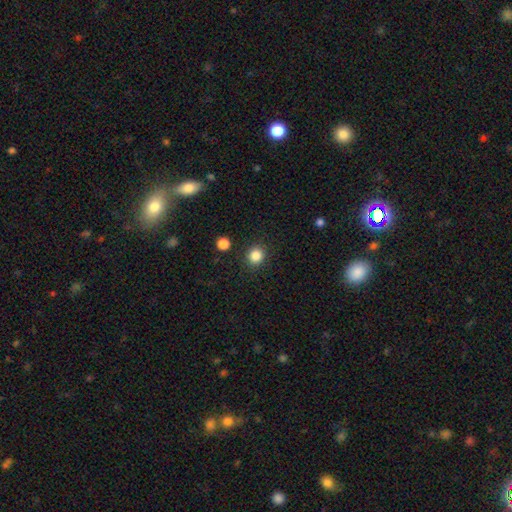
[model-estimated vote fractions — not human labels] This appears to be a smooth galaxy with no disk features (85%) that is round (87%). Merging: none (89%).